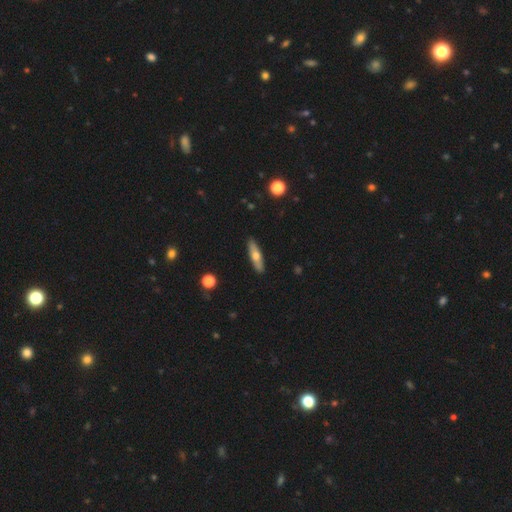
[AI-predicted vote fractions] Smooth or featured? Predicted: smooth (p=0.56). How rounded? Predicted: cigar-shaped (p=0.68). Merging? Predicted: none (p=0.89).